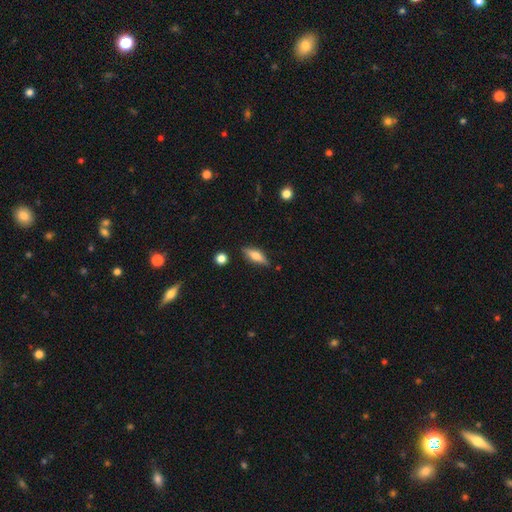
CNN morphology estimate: Overall: smooth (52%; featured or disk 41%). How rounded: in between (51%; cigar-shaped 46%). Merging: none (84%).